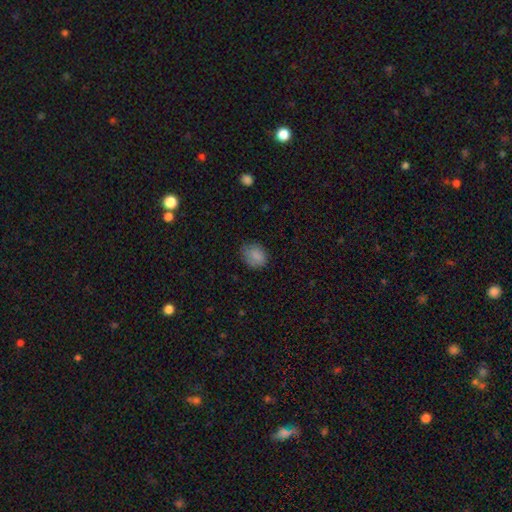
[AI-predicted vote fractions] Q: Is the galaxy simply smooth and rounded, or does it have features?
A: smooth — 84%.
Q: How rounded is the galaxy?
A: round — 52%.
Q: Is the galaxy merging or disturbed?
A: none — 73%.